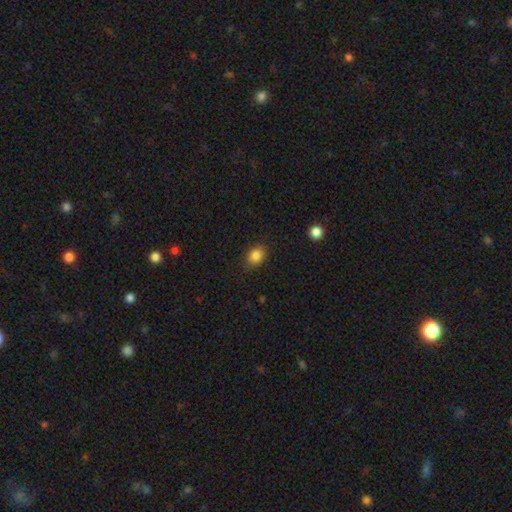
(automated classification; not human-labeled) smooth 85%, star or artifact 10%, featured or disk 5%. Down the decision tree: how rounded — in between (57%); merging — none (85%).